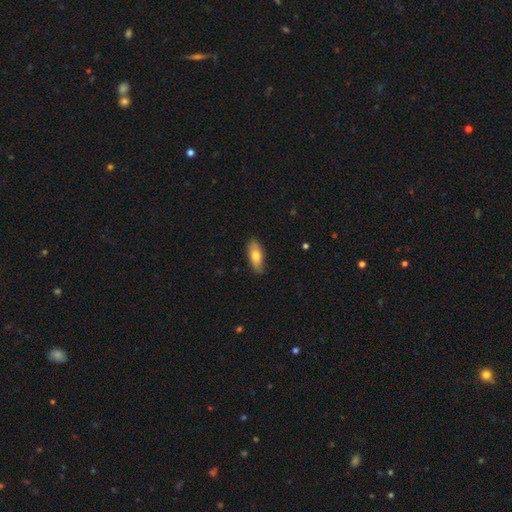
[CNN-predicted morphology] type=smooth (73%); roundness=in between (75%); merging=none (84%).